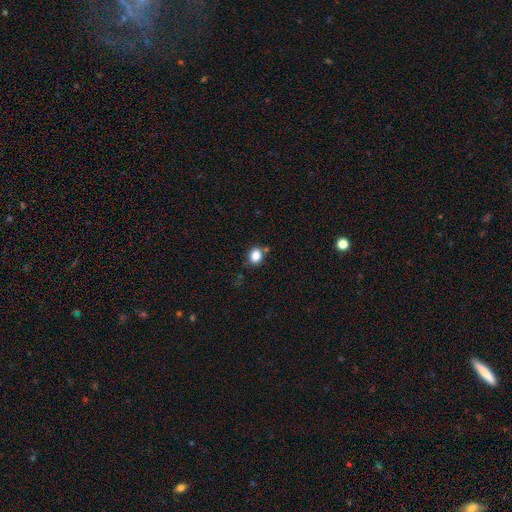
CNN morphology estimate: Smooth or featured? smooth (84%)
How rounded? round (55%)
Merging? none (76%)